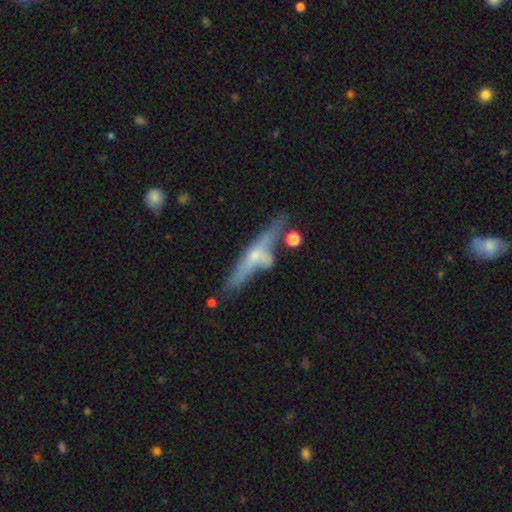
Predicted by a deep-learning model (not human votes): Smooth or featured: featured or disk — 62% (smooth — 30%)
Edge-on disk: yes — 86% (no — 14%)
Edge-on bulge: rounded — 75% (none — 17%)
Merging: none — 53% (minor disturbance — 21%)